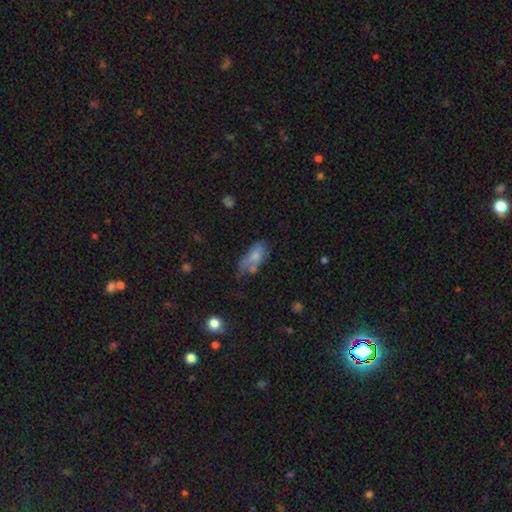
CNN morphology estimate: smooth-or-featured: smooth: 62% | featured or disk: 25% | star or artifact: 13%
  how-rounded: in between: 83% | cigar-shaped: 11% | round: 5%
  merging: none: 34% | minor disturbance: 30% | major disturbance: 23% | merger: 13%